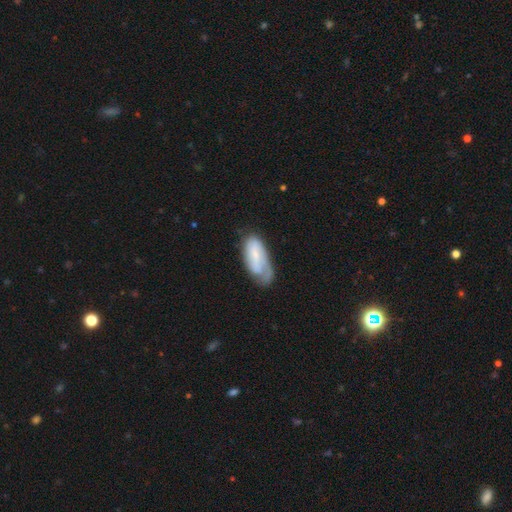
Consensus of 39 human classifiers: Volunteers were most divided on "merging": none: 32%, major disturbance: 30%, minor disturbance: 27%, merger: 11%. More confident: how rounded — in between (90%); smooth or featured — smooth (51%).